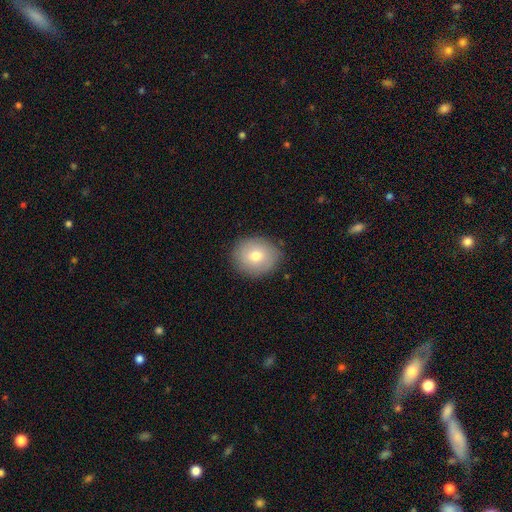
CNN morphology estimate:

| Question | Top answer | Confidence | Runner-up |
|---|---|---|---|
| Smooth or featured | smooth | 74% | featured or disk (17%) |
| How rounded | round | 78% | in between (21%) |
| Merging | none | 85% | minor disturbance (11%) |